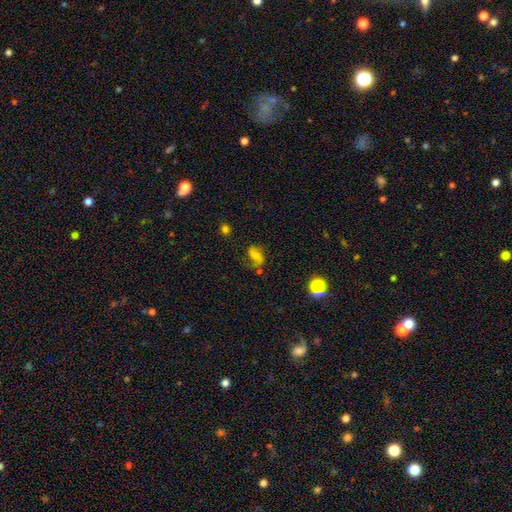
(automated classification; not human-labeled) This is possibly a smooth galaxy (45%). Merging: possibly none (51%).